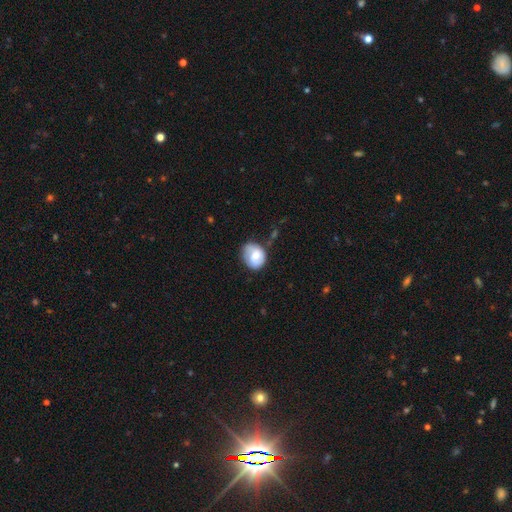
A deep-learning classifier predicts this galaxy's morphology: This appears to be a smooth galaxy with no disk features (62%) that is round (62%). Merging: none (57%).